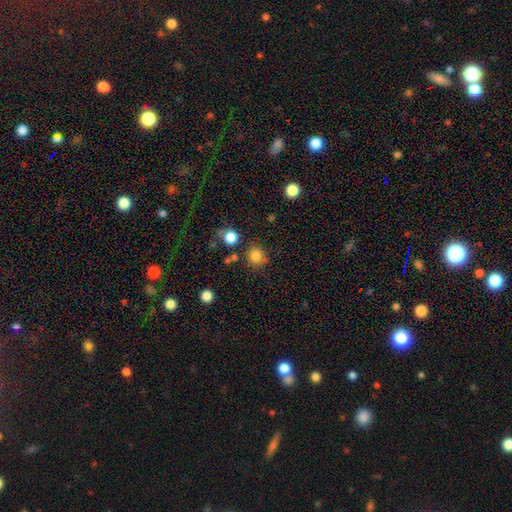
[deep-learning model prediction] smooth 83%, star or artifact 13%, featured or disk 5%. Down the decision tree: how rounded — round (88%); merging — none (79%).